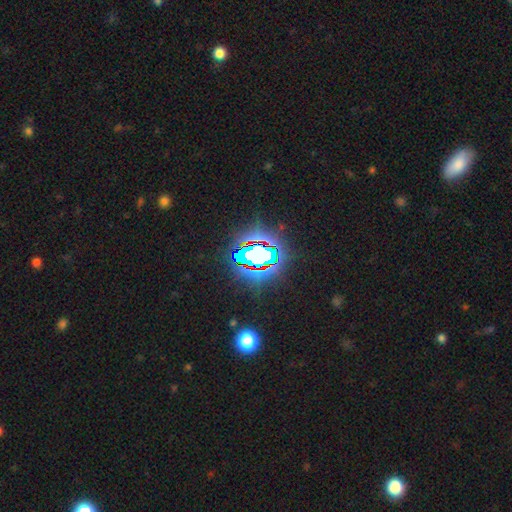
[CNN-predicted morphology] This is likely a star or artifact rather than a galaxy (70%).